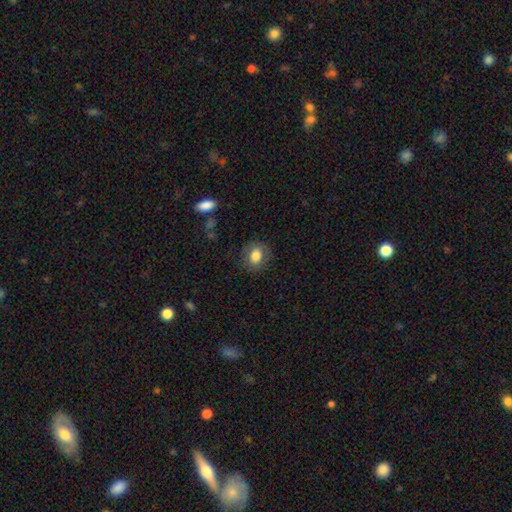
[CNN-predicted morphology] smooth 77%, featured or disk 15%, star or artifact 8%. Down the decision tree: how rounded — round (59%); merging — none (80%).